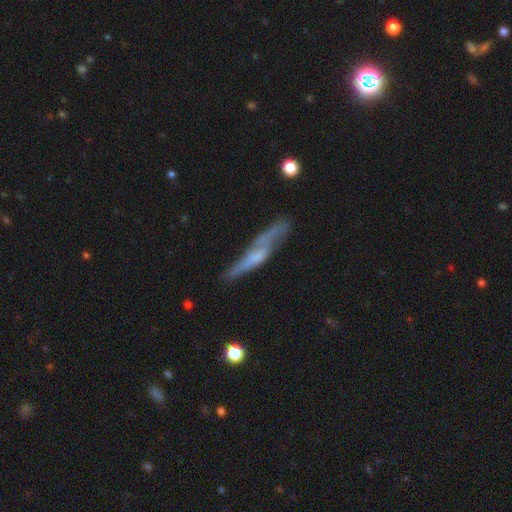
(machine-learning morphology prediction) type=featured or disk (54%); edge-on=yes (77%); merging=none (58%).